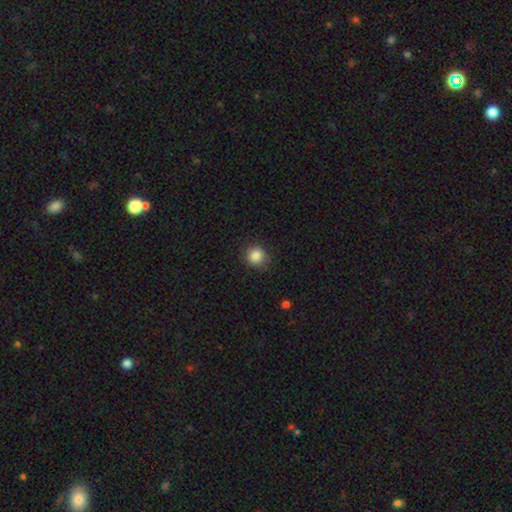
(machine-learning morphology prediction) Smooth or featured?
  - smooth: 86% *
  - star or artifact: 10%
  - featured or disk: 4%
How rounded?
  - round: 86% *
  - in between: 13%
  - cigar-shaped: 1%
Merging?
  - none: 84% *
  - minor disturbance: 12%
  - major disturbance: 3%
  - merger: 1%